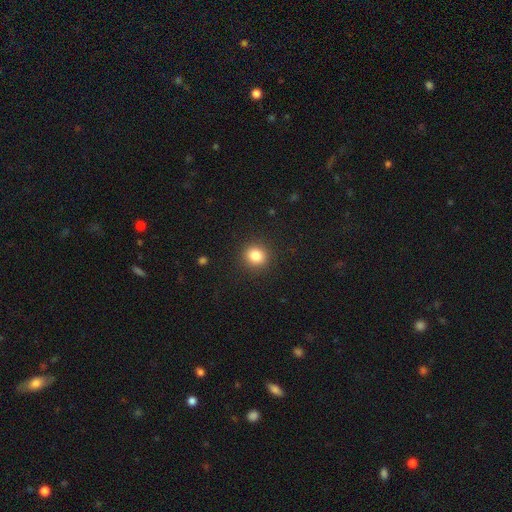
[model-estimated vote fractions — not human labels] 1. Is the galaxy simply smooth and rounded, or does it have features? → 84% smooth, 11% star or artifact, 5% featured or disk.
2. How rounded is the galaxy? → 87% round, 12% in between, 1% cigar-shaped.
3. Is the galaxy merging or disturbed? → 91% none, 6% minor disturbance, 2% major disturbance, 1% merger.